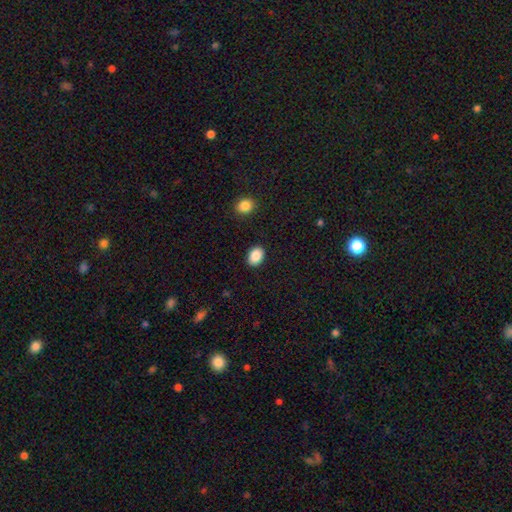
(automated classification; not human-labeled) Overall: smooth (89%). How rounded: in between (73%). Merging: none (89%).